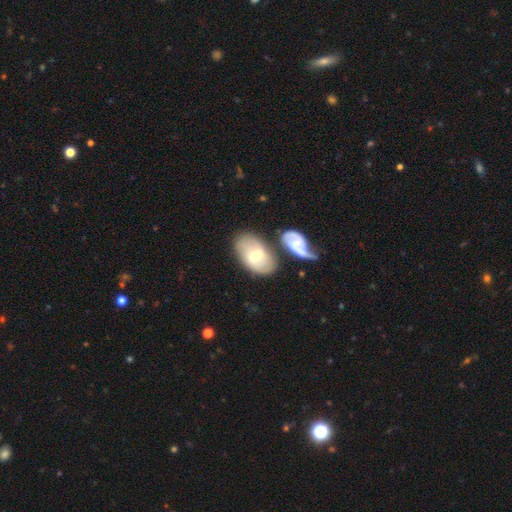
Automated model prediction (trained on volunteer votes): Smooth or featured? featured or disk (49%)
Merging? none (52%)